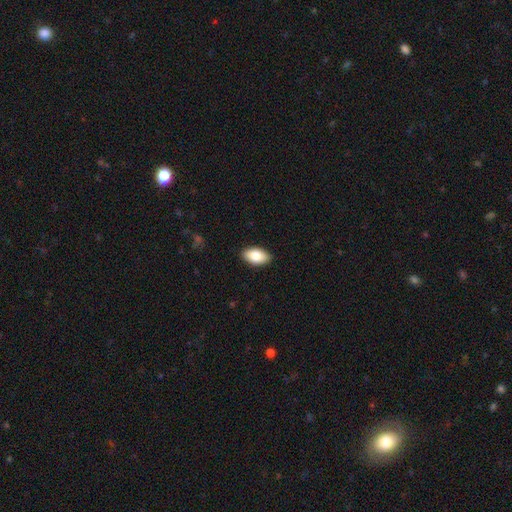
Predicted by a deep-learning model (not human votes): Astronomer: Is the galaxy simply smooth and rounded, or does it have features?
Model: smooth — 84%.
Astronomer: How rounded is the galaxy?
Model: in between — 94%.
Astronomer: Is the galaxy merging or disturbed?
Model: none — 89%.